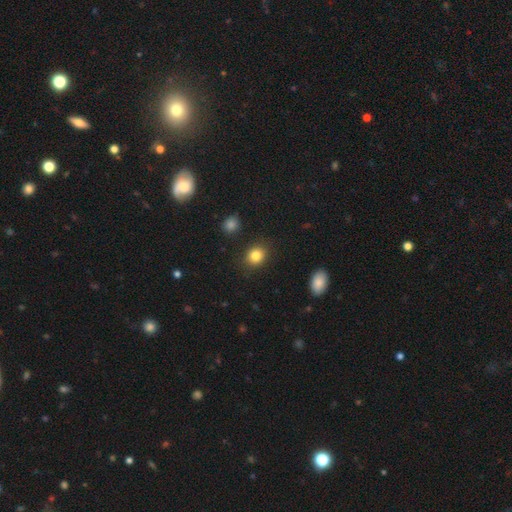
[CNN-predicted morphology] A smooth galaxy with no disk features (84%) that is round (65%). Merging: none (87%).